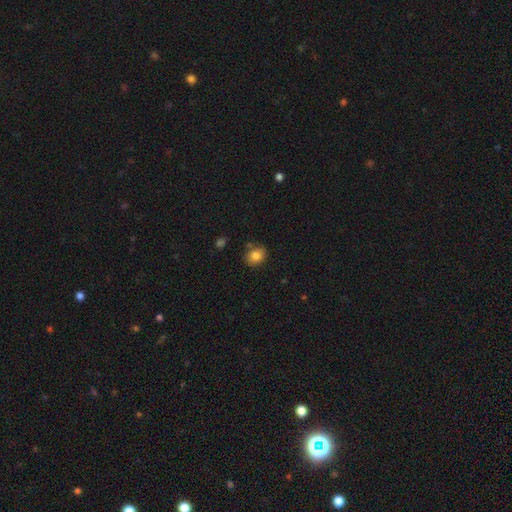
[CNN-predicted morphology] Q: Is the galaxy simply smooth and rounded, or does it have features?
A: smooth — 82%.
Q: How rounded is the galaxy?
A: round — 60%.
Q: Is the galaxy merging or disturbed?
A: none — 73%.